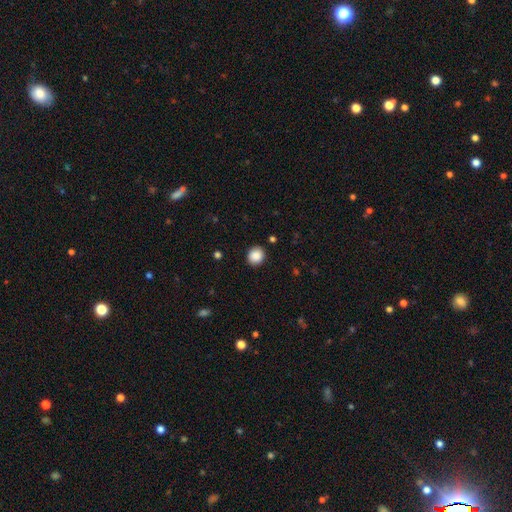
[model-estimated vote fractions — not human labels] Morphology: type=smooth (88%); roundness=round (86%); merging=none (90%).